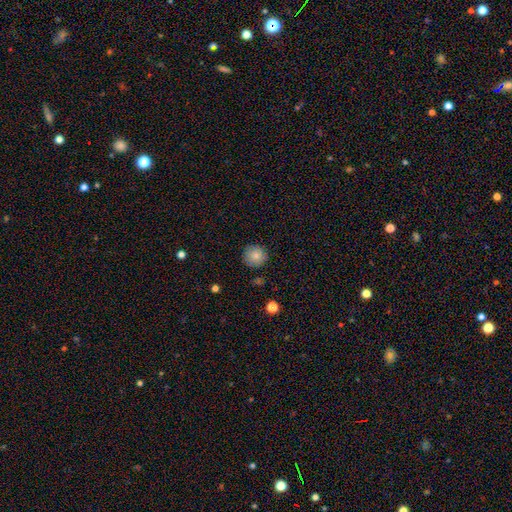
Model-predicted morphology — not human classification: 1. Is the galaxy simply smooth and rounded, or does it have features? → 83% smooth, 9% star or artifact, 8% featured or disk.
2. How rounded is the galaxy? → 94% round, 5% in between, 1% cigar-shaped.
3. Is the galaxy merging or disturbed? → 87% none, 10% minor disturbance, 2% major disturbance, 1% merger.